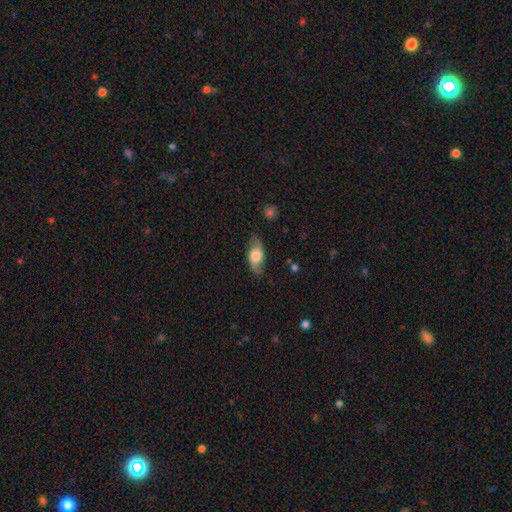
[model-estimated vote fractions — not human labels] smooth_or_featured: smooth (p=0.57) [alt: featured or disk p=0.36]
how_rounded: in between (p=0.81) [alt: cigar-shaped p=0.13]
merging: none (p=0.79) [alt: minor disturbance p=0.15]